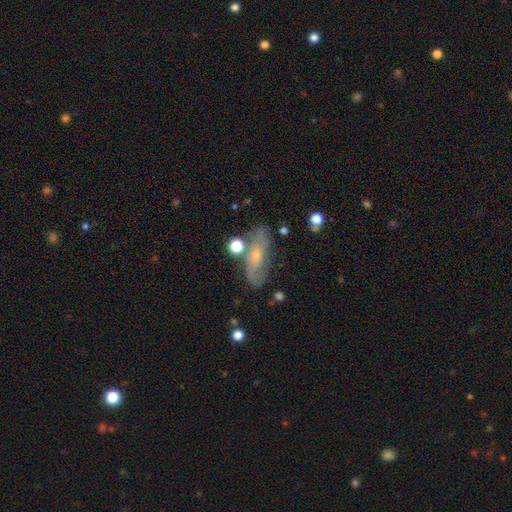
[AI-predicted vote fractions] A featured or disk galaxy (60%) with no bar (69%), spiral arms (78%) and a small central bulge (63%). Merging: none (62%).